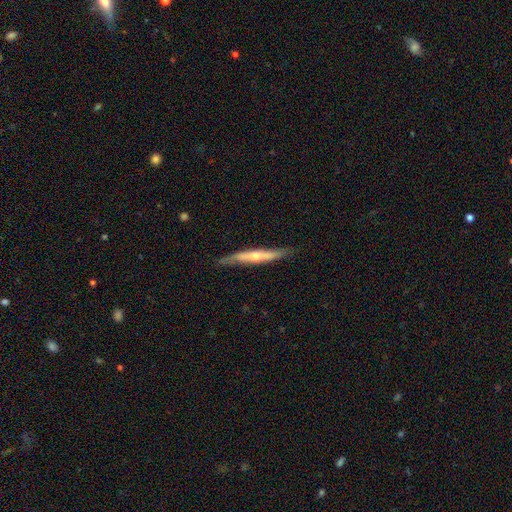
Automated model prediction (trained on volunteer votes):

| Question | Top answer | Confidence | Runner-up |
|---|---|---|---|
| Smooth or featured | featured or disk | 62% | smooth (32%) |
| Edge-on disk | yes | 91% | no (9%) |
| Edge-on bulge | rounded | 75% | none (21%) |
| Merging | none | 81% | minor disturbance (15%) |